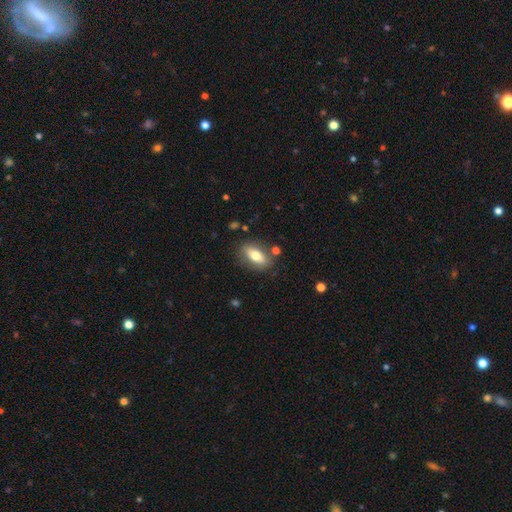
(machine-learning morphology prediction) Overall: smooth (68%). How rounded: in between (82%). Merging: none (78%).